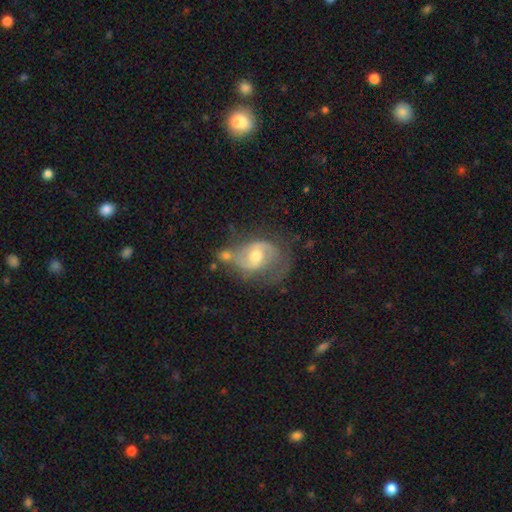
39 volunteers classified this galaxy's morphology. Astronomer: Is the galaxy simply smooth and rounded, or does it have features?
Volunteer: featured or disk — 69%.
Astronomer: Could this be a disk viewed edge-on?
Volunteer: no — 93%.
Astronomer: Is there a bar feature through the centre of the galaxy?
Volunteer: no — 56% (runner-up: weak, 40%).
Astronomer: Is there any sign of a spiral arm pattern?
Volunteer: no — 56% (runner-up: yes, 44%).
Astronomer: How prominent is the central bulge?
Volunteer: moderate — 68%.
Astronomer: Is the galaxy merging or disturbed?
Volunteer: none — 53%.